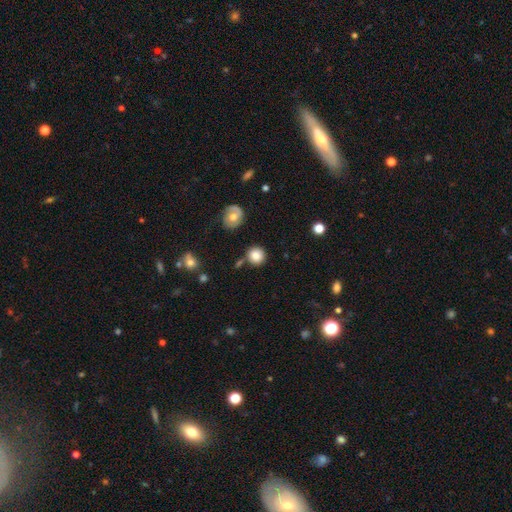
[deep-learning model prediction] smooth 84%, star or artifact 9%, featured or disk 7%. Down the decision tree: how rounded — round (93%); merging — none (81%).